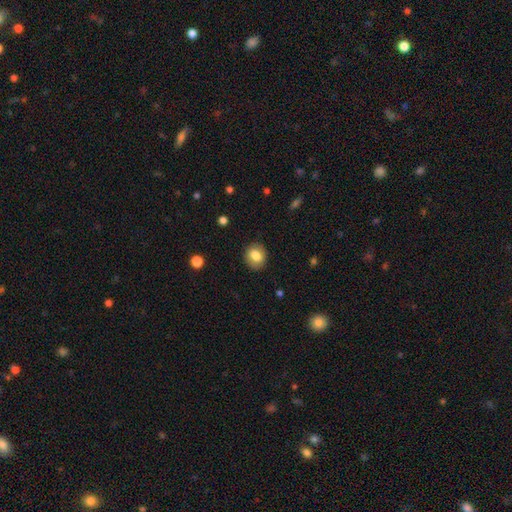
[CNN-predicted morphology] Overall: smooth (79%). How rounded: round (64%; in between 35%). Merging: none (87%).